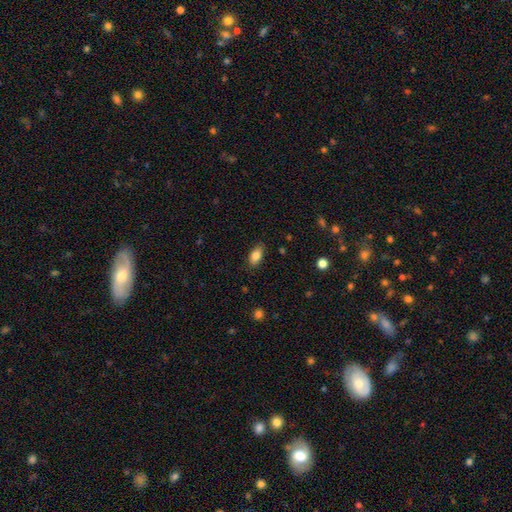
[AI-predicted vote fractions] The model was most divided on "merging": none: 84%, minor disturbance: 12%, major disturbance: 3%, merger: 1%. More confident: how rounded — in between (88%); smooth or featured — smooth (84%).